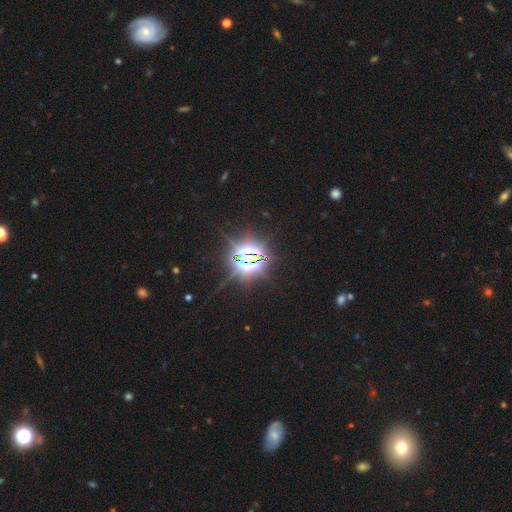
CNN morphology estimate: Smooth or featured? Predicted: star or artifact (p=0.84).